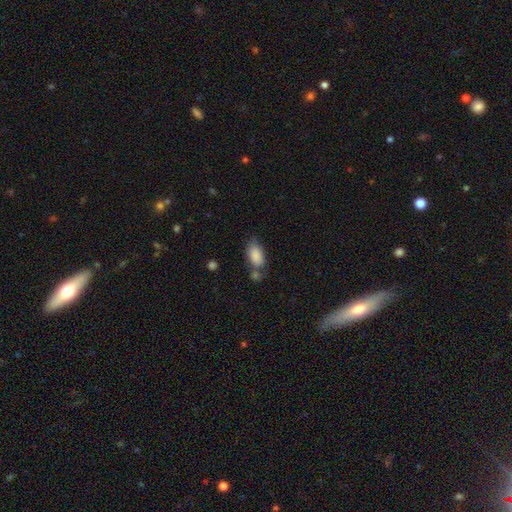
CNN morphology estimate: Smooth or featured?
  - smooth: 87% *
  - star or artifact: 7%
  - featured or disk: 6%
How rounded?
  - in between: 93% *
  - round: 4%
  - cigar-shaped: 4%
Merging?
  - none: 55% *
  - merger: 20%
  - minor disturbance: 19%
  - major disturbance: 6%